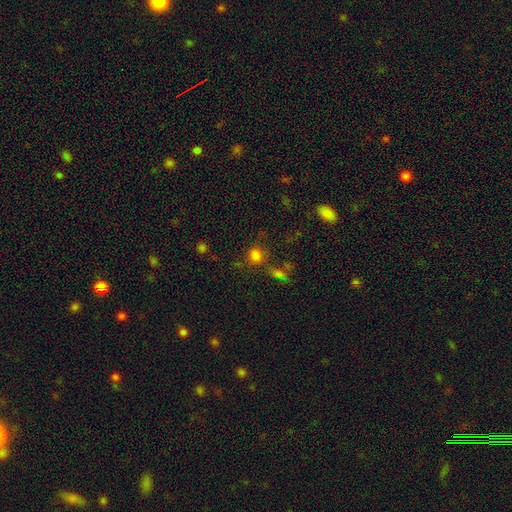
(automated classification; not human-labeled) A smooth galaxy with no disk features (73%) that is round (78%).

Vote fractions:
- Smooth or featured? smooth: 73% / star or artifact: 21% / featured or disk: 6%
- How rounded? round: 78% / in between: 20% / cigar-shaped: 1%
- Merging? none: 61% / merger: 16% / minor disturbance: 14% / major disturbance: 8%